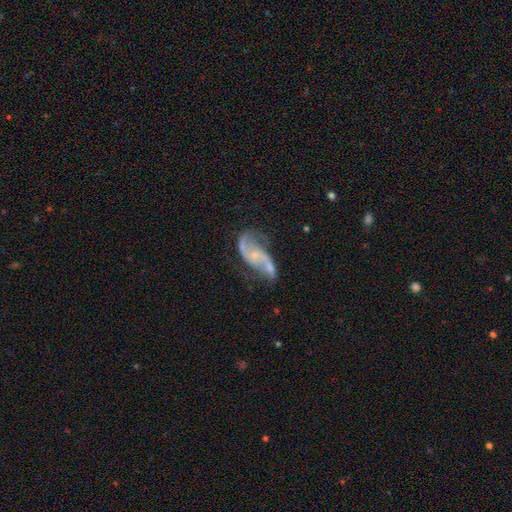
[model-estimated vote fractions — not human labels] Smooth or featured? featured or disk (85%)
Edge-on disk? no (97%)
Bar? no (59%)
Spiral arms? yes (92%)
Spiral winding? loose (67%)
Spiral arm count? 2 (89%)
Bulge size? small (69%)
Merging? none (49%)